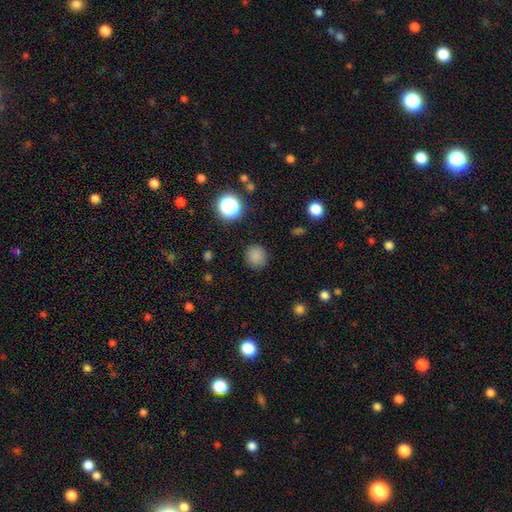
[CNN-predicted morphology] smooth 82%, star or artifact 14%, featured or disk 4%. Down the decision tree: how rounded — round (88%); merging — none (88%).